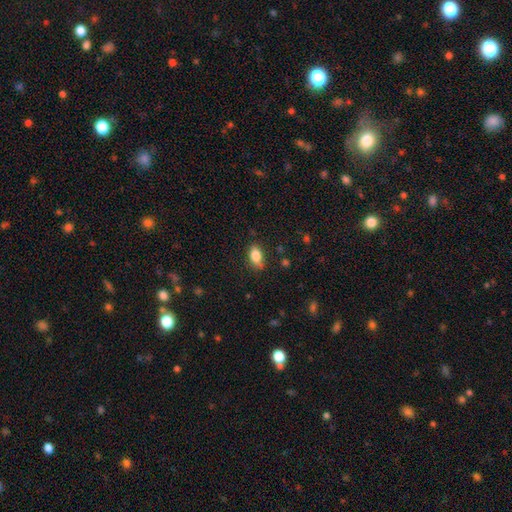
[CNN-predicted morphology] smooth_or_featured: smooth (p=0.83) [alt: featured or disk p=0.09]
how_rounded: in between (p=0.86) [alt: round p=0.08]
merging: none (p=0.75) [alt: minor disturbance p=0.19]